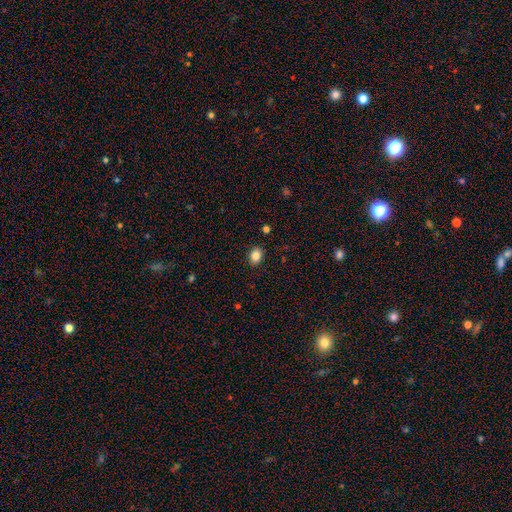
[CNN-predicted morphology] Smooth or featured?
  - smooth: 85% *
  - star or artifact: 10%
  - featured or disk: 5%
How rounded?
  - in between: 64% *
  - round: 35%
  - cigar-shaped: 1%
Merging?
  - none: 89% *
  - minor disturbance: 8%
  - major disturbance: 2%
  - merger: 1%